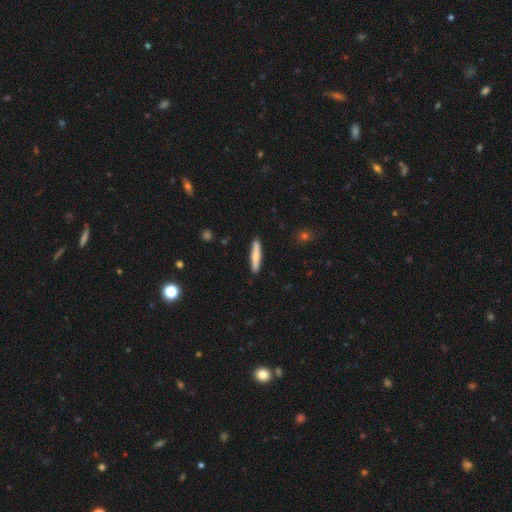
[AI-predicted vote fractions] smooth_or_featured: smooth (p=0.72) [alt: featured or disk p=0.23]
how_rounded: cigar-shaped (p=0.90) [alt: in between p=0.08]
merging: none (p=0.90) [alt: minor disturbance p=0.07]